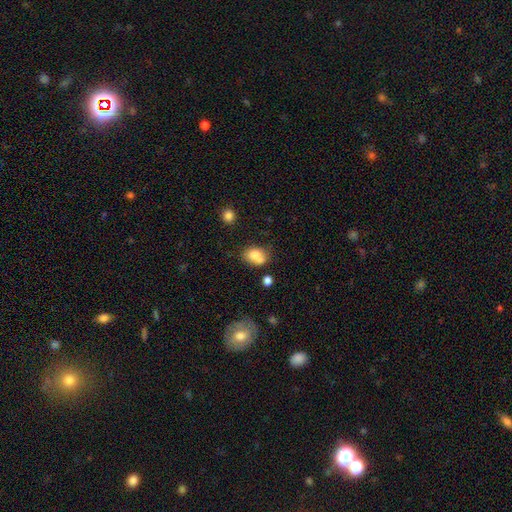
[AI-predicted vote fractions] A smooth galaxy with no disk features (76%) that is in between round and cigar-shaped (63%).

Vote fractions:
- Smooth or featured? smooth: 76% / featured or disk: 14% / star or artifact: 10%
- How rounded? in between: 63% / round: 36% / cigar-shaped: 1%
- Merging? none: 40% / merger: 36% / minor disturbance: 18% / major disturbance: 7%